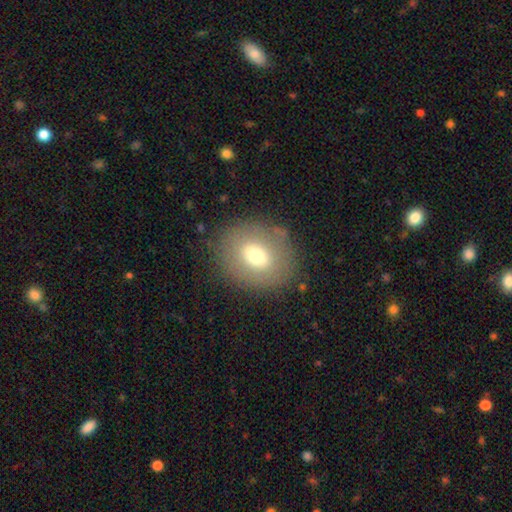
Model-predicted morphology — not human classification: Smooth or featured? Predicted: smooth (p=0.66). How rounded? Predicted: round (p=0.53). Merging? Predicted: none (p=0.82).